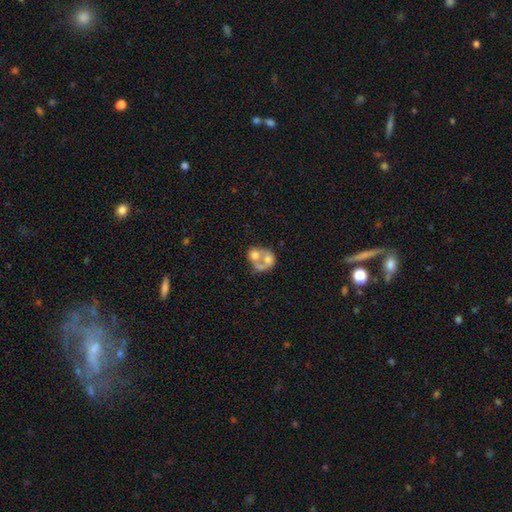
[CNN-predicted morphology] smooth_or_featured: smooth (p=0.47) [alt: featured or disk p=0.43]
merging: merger (p=0.69) [alt: none p=0.17]